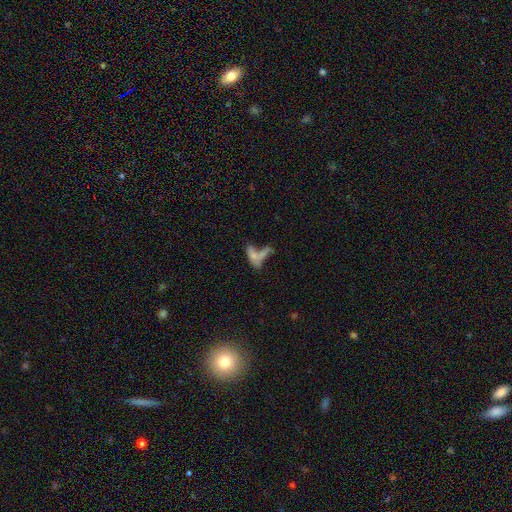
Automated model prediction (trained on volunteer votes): Smooth or featured: smooth — 61% (featured or disk — 26%)
How rounded: in between — 60% (cigar-shaped — 35%)
Merging: merger — 52% (none — 26%)